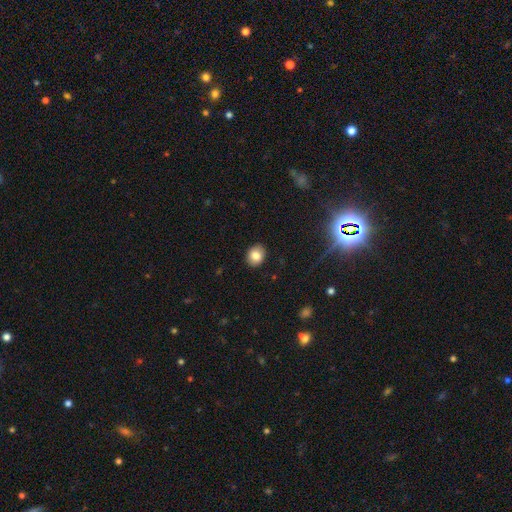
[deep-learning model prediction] This is clearly a smooth galaxy (82%). How rounded: possibly round (55%). Merging: clearly none (89%).